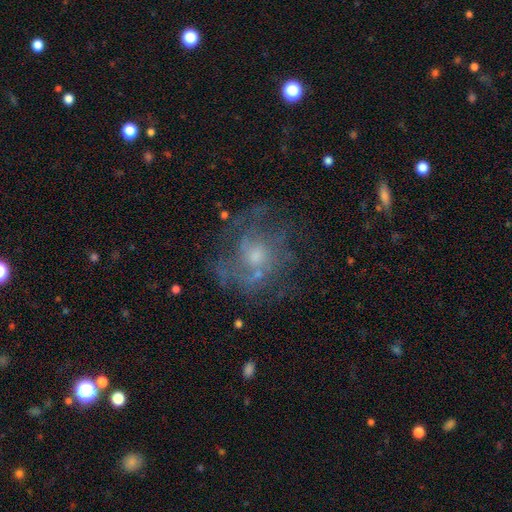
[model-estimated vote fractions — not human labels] Smooth or featured? Predicted: featured or disk (p=0.68). Edge-on disk? Predicted: no (p=0.97). Bar? Predicted: no (p=0.78). Spiral arms? Predicted: yes (p=0.69). Bulge size? Predicted: moderate (p=0.46). Merging? Predicted: none (p=0.60).